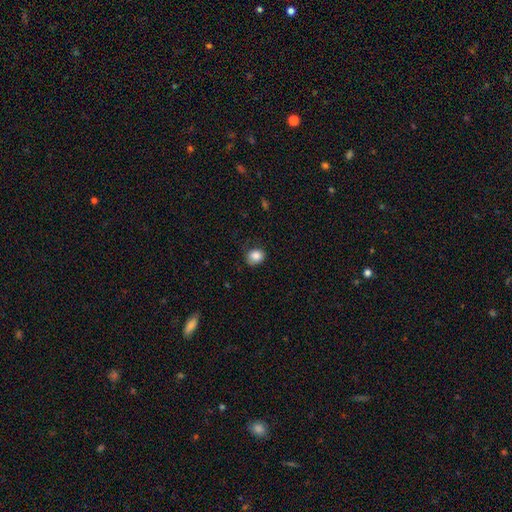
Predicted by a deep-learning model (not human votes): This is clearly a smooth galaxy (84%). How rounded: likely round (67%). Merging: likely none (70%).